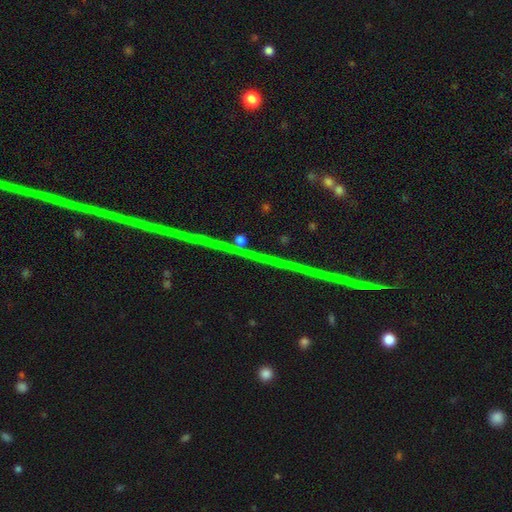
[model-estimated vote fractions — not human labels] Morphology: type=star or artifact (87%).